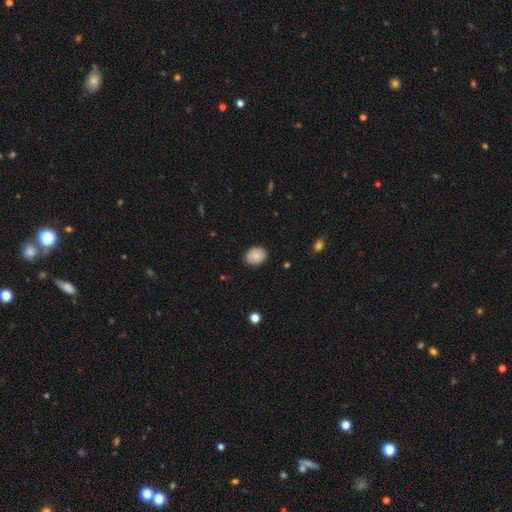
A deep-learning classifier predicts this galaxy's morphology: Q: Smooth or featured?
A: smooth (81%); runner-up: featured or disk (11%)
Q: How rounded?
A: round (50%); runner-up: in between (49%)
Q: Merging?
A: none (81%); runner-up: minor disturbance (16%)